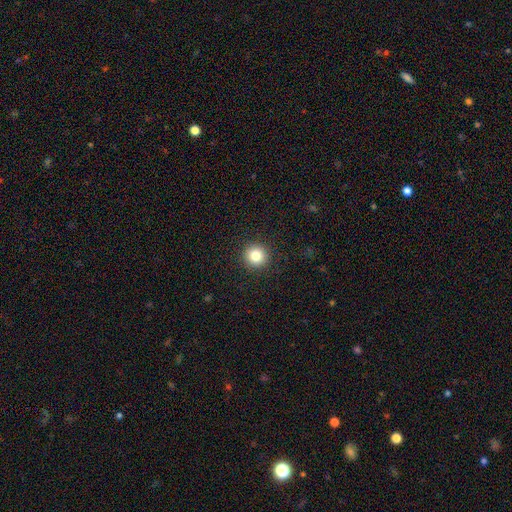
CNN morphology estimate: The model was most divided on "smooth or featured": smooth: 83%, star or artifact: 11%, featured or disk: 6%. More confident: how rounded — round (95%); merging — none (93%).